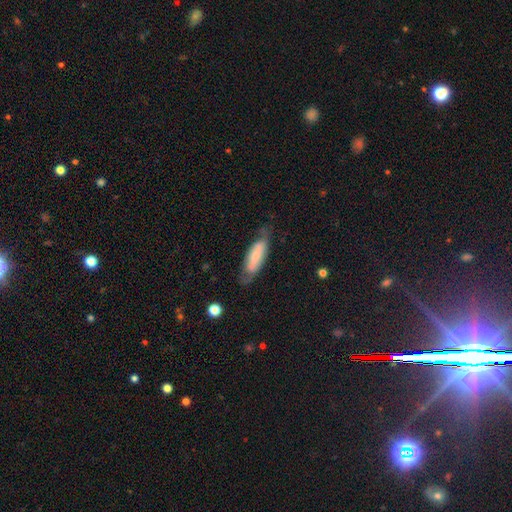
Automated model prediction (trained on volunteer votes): A smooth galaxy with no disk features (54%) that is in between round and cigar-shaped (54%). Merging: none (64%).